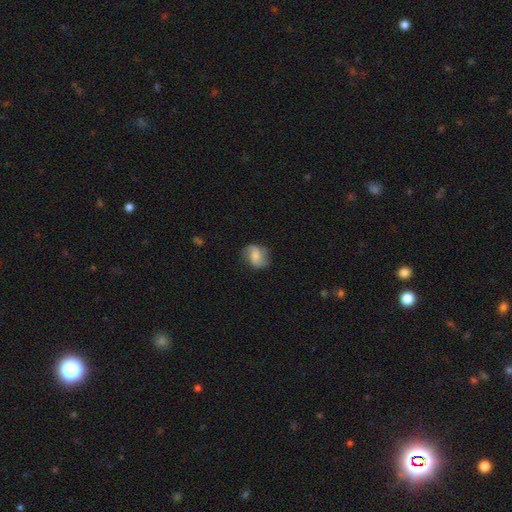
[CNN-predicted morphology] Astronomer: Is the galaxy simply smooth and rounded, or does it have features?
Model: smooth — 47% (runner-up: featured or disk, 44%).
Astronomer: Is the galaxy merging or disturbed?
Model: none — 70%.